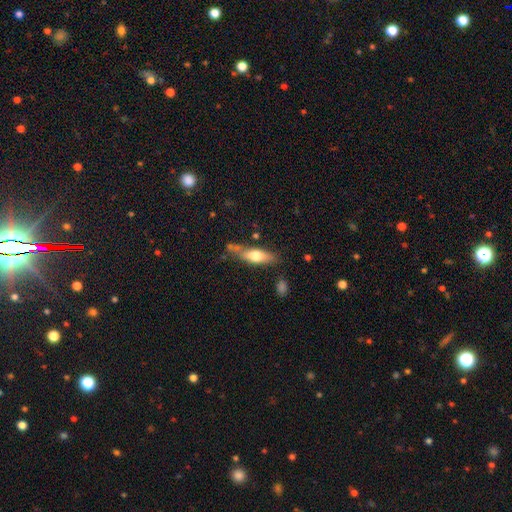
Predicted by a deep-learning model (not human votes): The model was most divided on "how rounded": cigar-shaped: 53%, in between: 44%, round: 3%. More confident: merging — none (62%); smooth or featured — smooth (60%).